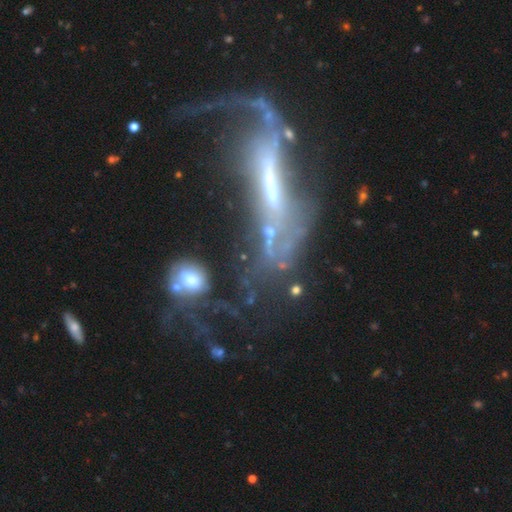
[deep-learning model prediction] Smooth or featured? featured or disk (78%)
Edge-on disk? no (77%)
Bar? strong (43%)
Spiral arms? yes (68%)
Bulge size? moderate (36%)
Merging? major disturbance (39%)